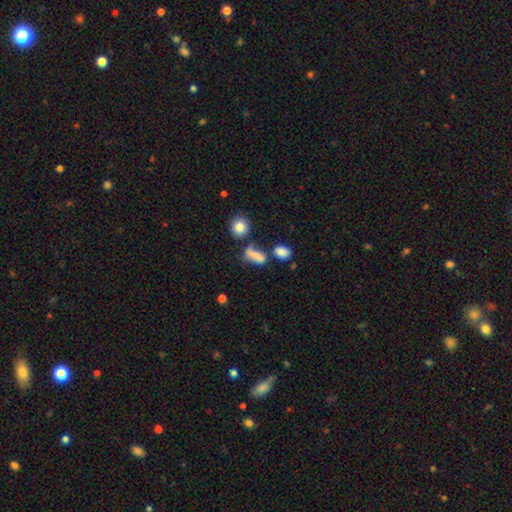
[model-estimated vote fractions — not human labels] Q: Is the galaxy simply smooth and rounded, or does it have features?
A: smooth — 71%.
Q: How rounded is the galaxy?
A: in between — 68%.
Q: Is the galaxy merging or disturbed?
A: none — 38%.